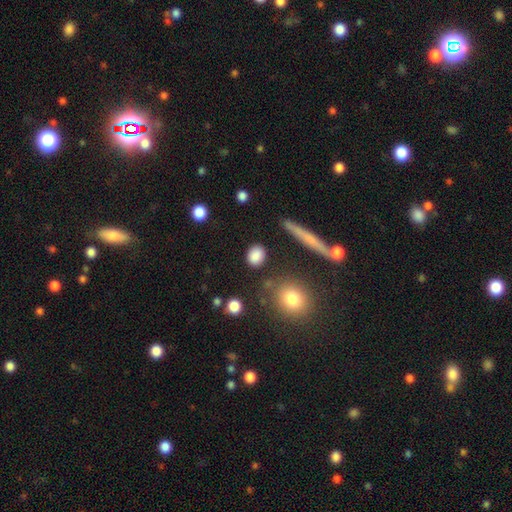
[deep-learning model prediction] Smooth or featured? Predicted: smooth (p=0.85). How rounded? Predicted: round (p=0.52). Merging? Predicted: none (p=0.83).